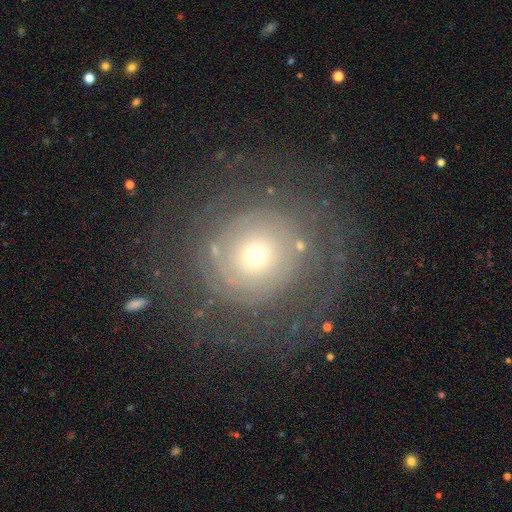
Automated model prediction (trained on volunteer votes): Smooth or featured?
  - featured or disk: 68% *
  - smooth: 21%
  - star or artifact: 11%
Edge-on disk?
  - no: 97% *
  - yes: 3%
Bar?
  - no: 87% *
  - weak: 10%
  - strong: 3%
Spiral arms?
  - yes: 78% *
  - no: 22%
Spiral winding?
  - tight: 77% *
  - medium: 16%
  - loose: 7%
Spiral arm count?
  - can't tell: 47% *
  - 2: 19%
  - 3: 10%
  - more than 4: 9%
  - 4: 8%
  - 1: 7%
Bulge size?
  - small: 58% *
  - moderate: 34%
  - large: 5%
  - dominant: 2%
  - none: 1%
Merging?
  - none: 75% *
  - minor disturbance: 13%
  - major disturbance: 11%
  - merger: 2%